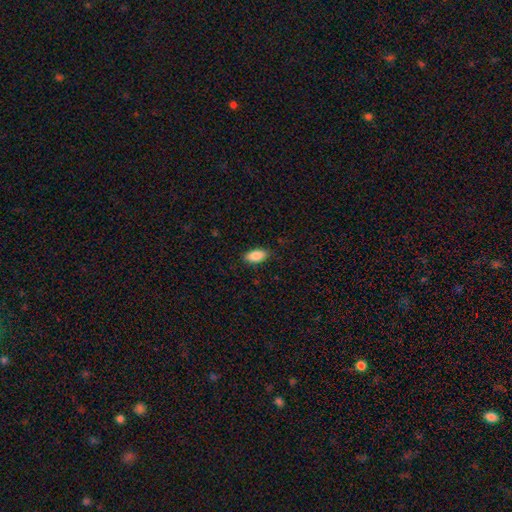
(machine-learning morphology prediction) Q: Smooth or featured?
A: smooth (88%); runner-up: star or artifact (7%)
Q: How rounded?
A: in between (92%); runner-up: cigar-shaped (6%)
Q: Merging?
A: none (87%); runner-up: minor disturbance (10%)